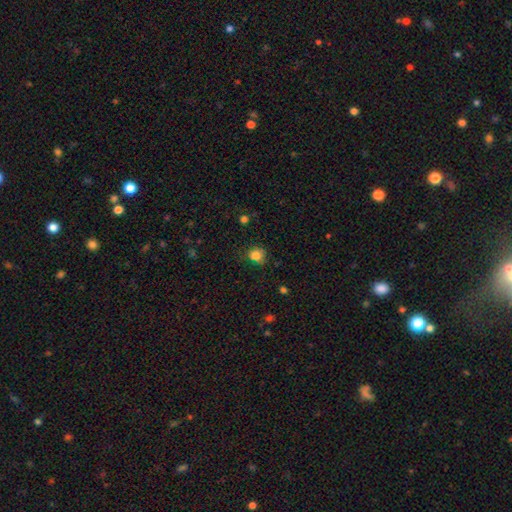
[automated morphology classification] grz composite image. It shows a smooth galaxy with no disk features (82%) that is round (79%). Merging: none (68%).